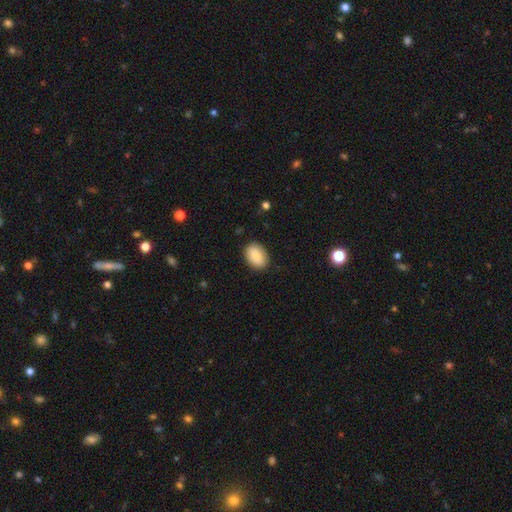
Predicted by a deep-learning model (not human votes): Smooth or featured: smooth — 88% (star or artifact — 7%)
How rounded: in between — 85% (round — 14%)
Merging: none — 86% (minor disturbance — 11%)